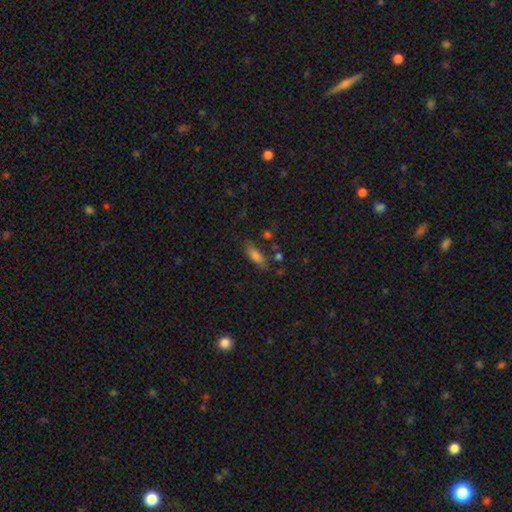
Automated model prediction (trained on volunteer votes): A smooth galaxy with no disk features (76%) that is in between round and cigar-shaped (58%).

Vote fractions:
- Smooth or featured? smooth: 76% / featured or disk: 14% / star or artifact: 9%
- How rounded? in between: 58% / cigar-shaped: 39% / round: 3%
- Merging? none: 74% / minor disturbance: 16% / merger: 6% / major disturbance: 4%